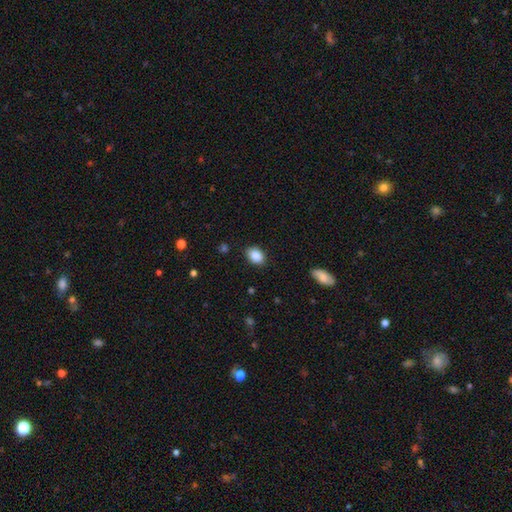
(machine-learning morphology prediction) Overall: smooth (86%). How rounded: in between (73%). Merging: none (88%).